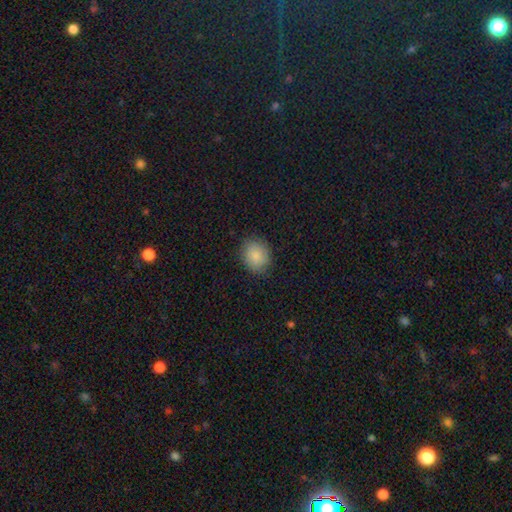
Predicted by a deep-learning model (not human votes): The model was most divided on "how rounded": round: 59%, in between: 40%, cigar-shaped: 1%. More confident: smooth or featured — smooth (87%); merging — none (85%).